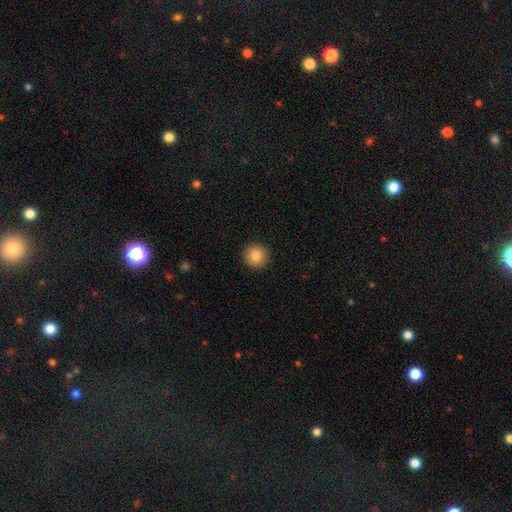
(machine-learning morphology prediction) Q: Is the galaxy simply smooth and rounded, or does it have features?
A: smooth — 84%.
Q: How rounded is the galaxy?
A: round — 96%.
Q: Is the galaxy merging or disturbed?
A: none — 93%.